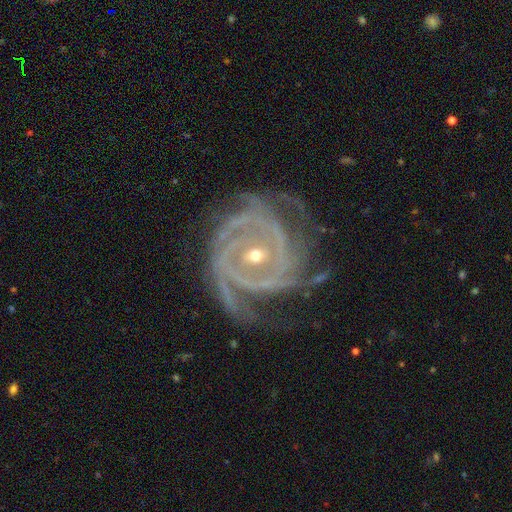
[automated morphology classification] smooth-or-featured: featured or disk: 91% | star or artifact: 6% | smooth: 3%
  disk-edge-on: no: 97% | yes: 3%
    bar: no: 58% | weak: 26% | strong: 16%
    has-spiral-arms: yes: 98% | no: 2%
      spiral-winding: tight: 74% | medium: 22% | loose: 4%
      spiral-arm-count: 3: 27% | 4: 19% | can't tell: 18% | 2: 17% | more than 4: 11% | 1: 8%
    bulge-size: small: 63% | moderate: 34% | large: 1% | none: 1% | dominant: 1%
  merging: none: 61% | minor disturbance: 22% | major disturbance: 15% | merger: 2%